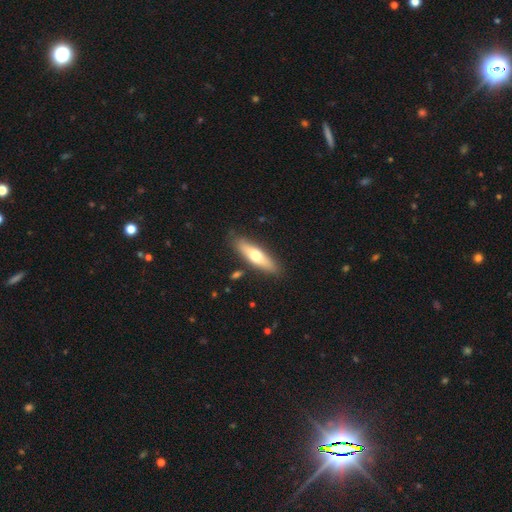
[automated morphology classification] A smooth galaxy with no disk features (58%) that is cigar-shaped (63%). Merging: none (84%).